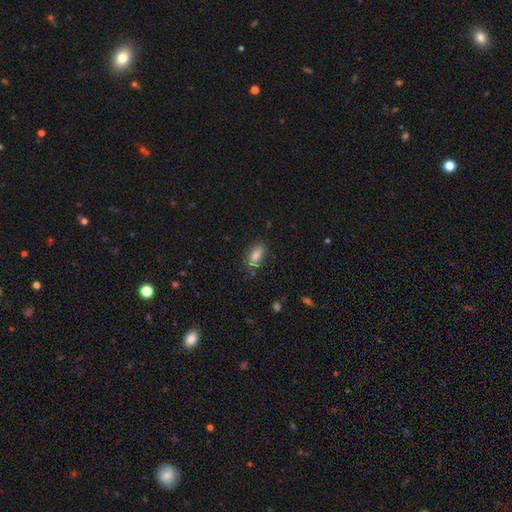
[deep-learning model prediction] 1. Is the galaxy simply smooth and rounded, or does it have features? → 82% smooth, 9% star or artifact, 9% featured or disk.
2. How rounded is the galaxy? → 83% in between, 13% cigar-shaped, 4% round.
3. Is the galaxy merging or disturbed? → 74% none, 18% minor disturbance, 5% major disturbance, 3% merger.